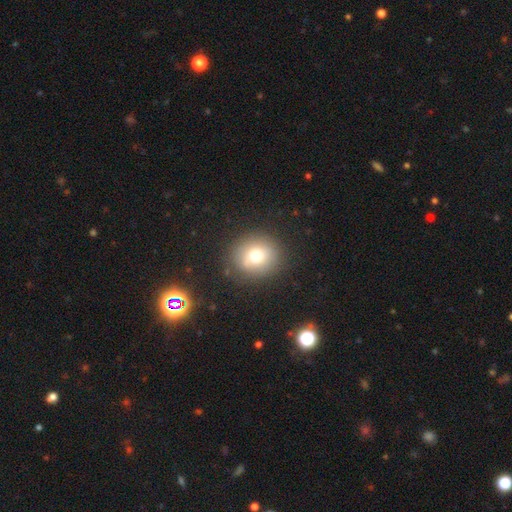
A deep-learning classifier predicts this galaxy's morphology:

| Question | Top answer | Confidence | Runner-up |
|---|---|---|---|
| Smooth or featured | smooth | 72% | featured or disk (16%) |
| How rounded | round | 79% | in between (20%) |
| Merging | none | 82% | minor disturbance (12%) |